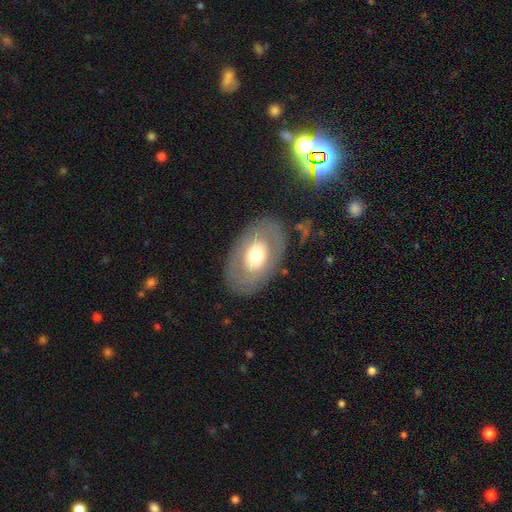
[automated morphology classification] A smooth galaxy with no disk features (48%).

Vote fractions:
- Smooth or featured? smooth: 48% / featured or disk: 46% / star or artifact: 6%
- Merging? none: 81% / minor disturbance: 11% / major disturbance: 6% / merger: 2%